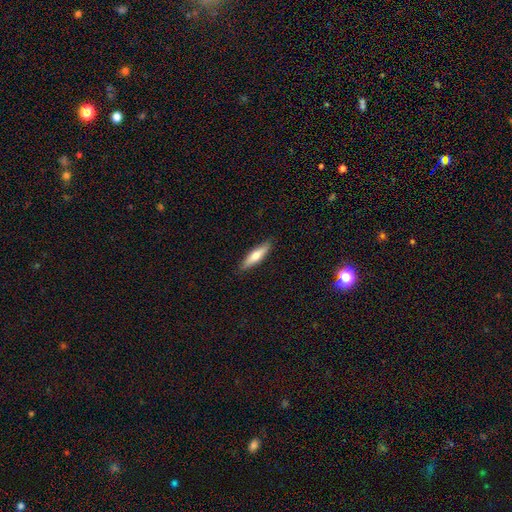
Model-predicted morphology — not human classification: Smooth or featured?
  - smooth: 64% *
  - featured or disk: 30%
  - star or artifact: 6%
How rounded?
  - cigar-shaped: 74% *
  - in between: 24%
  - round: 2%
Merging?
  - none: 88% *
  - minor disturbance: 9%
  - major disturbance: 2%
  - merger: 1%